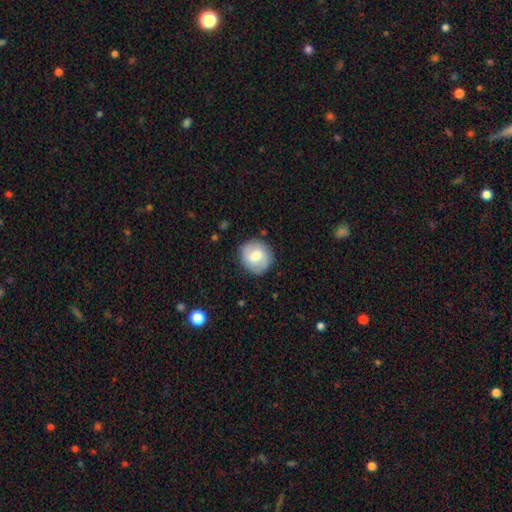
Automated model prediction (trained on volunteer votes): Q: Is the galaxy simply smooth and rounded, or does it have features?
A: smooth — 56%.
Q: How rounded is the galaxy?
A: round — 85%.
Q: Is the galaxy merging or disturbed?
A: none — 85%.